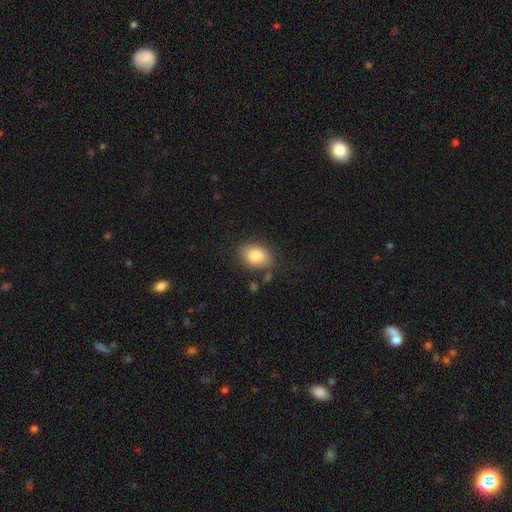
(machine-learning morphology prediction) Smooth or featured? smooth (83%)
How rounded? in between (71%)
Merging? none (77%)